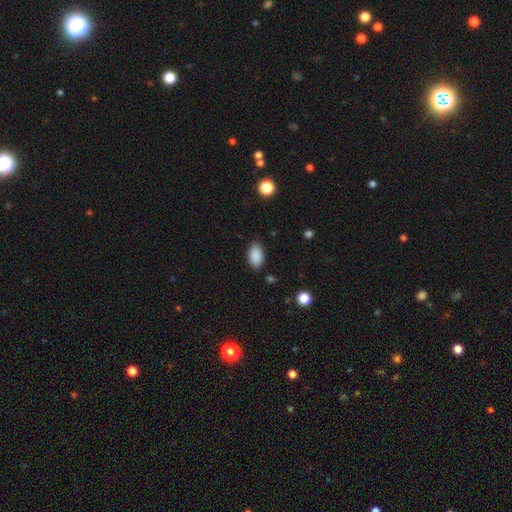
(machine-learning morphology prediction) smooth-or-featured: smooth: 89% | star or artifact: 7% | featured or disk: 3%
  how-rounded: in between: 93% | round: 5% | cigar-shaped: 2%
  merging: none: 85% | minor disturbance: 11% | major disturbance: 3% | merger: 1%